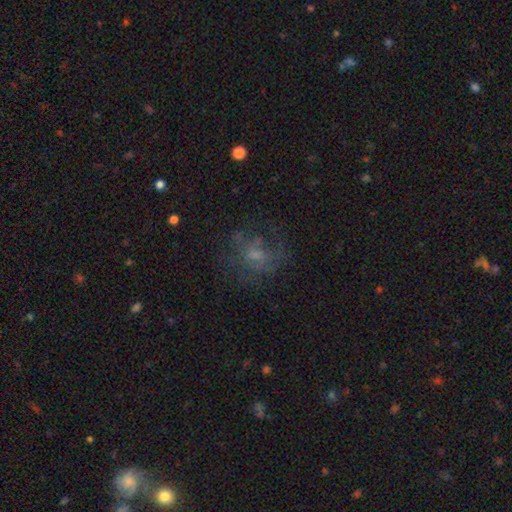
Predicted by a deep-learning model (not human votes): smooth_or_featured: smooth (p=0.41) [alt: featured or disk p=0.39]
merging: none (p=0.54) [alt: major disturbance p=0.25]